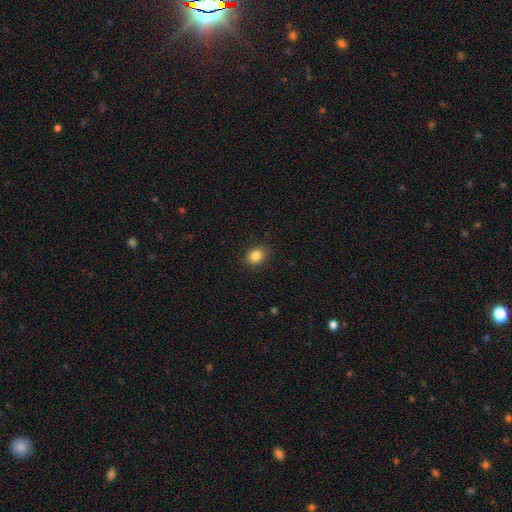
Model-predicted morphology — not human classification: A smooth galaxy with no disk features (85%) that is round (58%). Merging: none (90%).